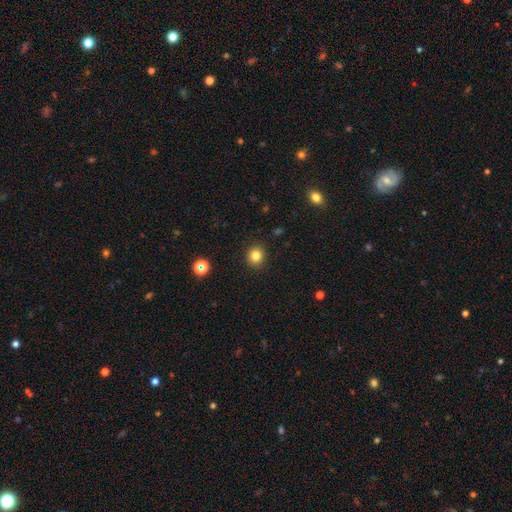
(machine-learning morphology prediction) Smooth or featured? smooth (82%)
How rounded? round (84%)
Merging? none (90%)